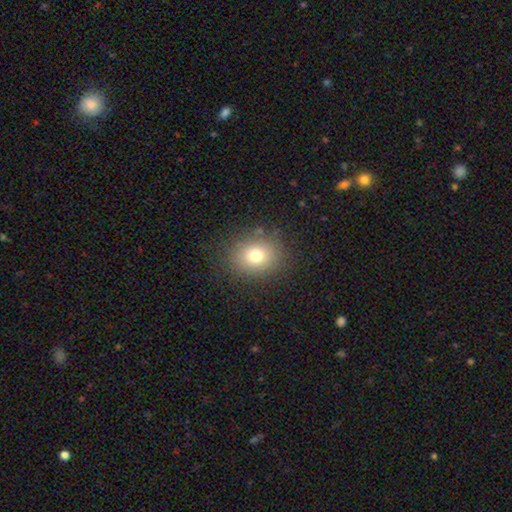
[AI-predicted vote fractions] Smooth or featured? smooth (74%)
How rounded? round (67%)
Merging? none (84%)